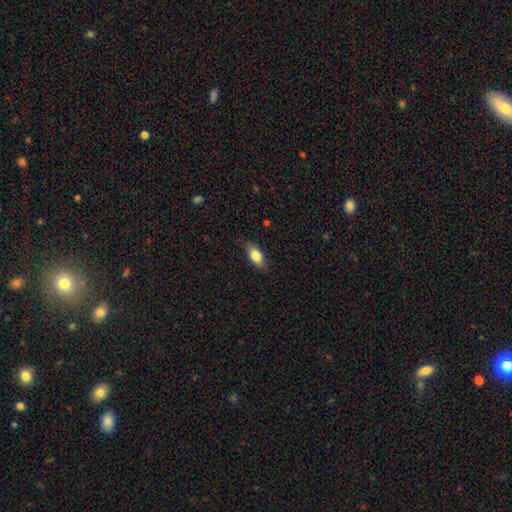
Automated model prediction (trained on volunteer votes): Smooth or featured? smooth (81%)
How rounded? in between (86%)
Merging? none (81%)